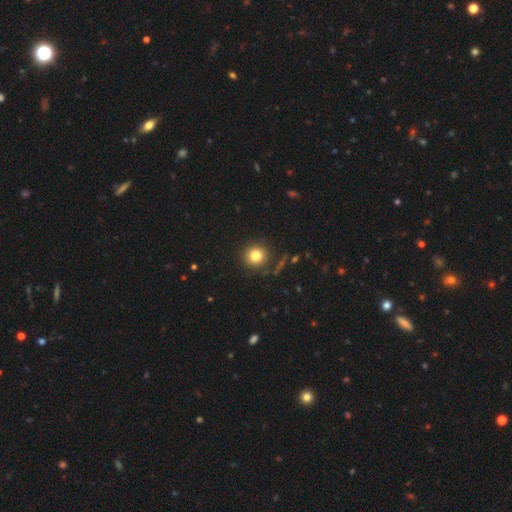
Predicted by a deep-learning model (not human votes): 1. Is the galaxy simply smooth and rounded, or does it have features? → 80% smooth, 12% star or artifact, 7% featured or disk.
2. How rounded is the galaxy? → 92% round, 7% in between, 1% cigar-shaped.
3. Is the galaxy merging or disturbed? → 88% none, 7% minor disturbance, 3% major disturbance, 2% merger.